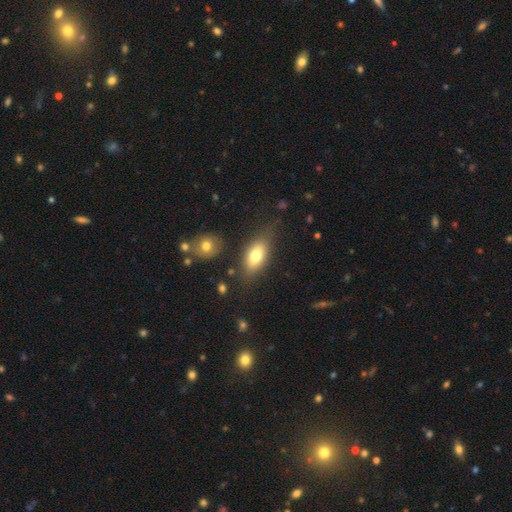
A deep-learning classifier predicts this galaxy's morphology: This is likely a smooth galaxy (76%). How rounded: clearly in between (85%). Merging: likely none (72%).